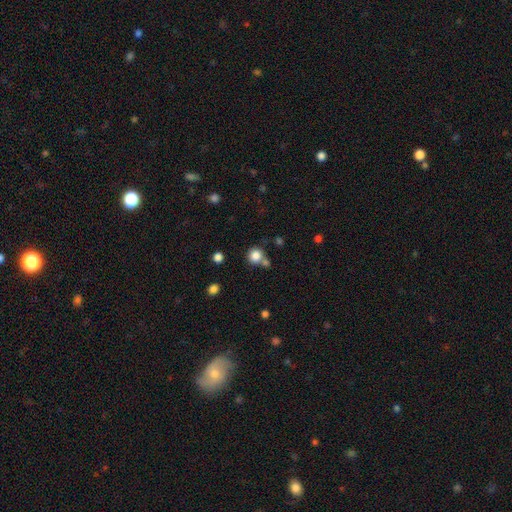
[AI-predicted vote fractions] smooth 84%, star or artifact 11%, featured or disk 5%. Down the decision tree: how rounded — round (90%); merging — none (64%).